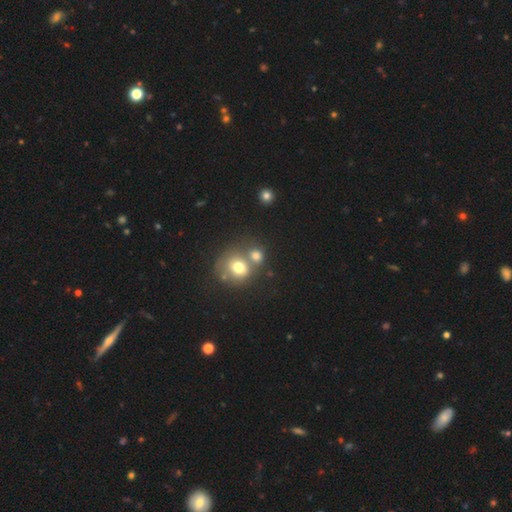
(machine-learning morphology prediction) Smooth or featured: smooth — 73% (star or artifact — 14%)
How rounded: round — 76% (in between — 23%)
Merging: merger — 48% (none — 39%)